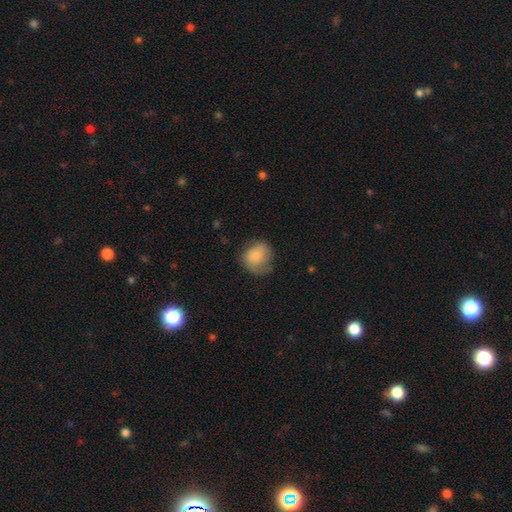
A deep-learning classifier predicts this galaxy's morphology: Smooth or featured: smooth — 80% (featured or disk — 12%)
How rounded: round — 75% (in between — 24%)
Merging: none — 57% (minor disturbance — 30%)